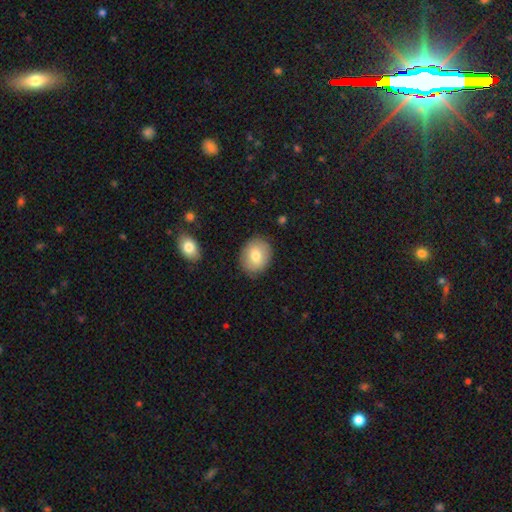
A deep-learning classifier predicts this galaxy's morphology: Smooth or featured? smooth (76%)
How rounded? round (55%)
Merging? none (86%)